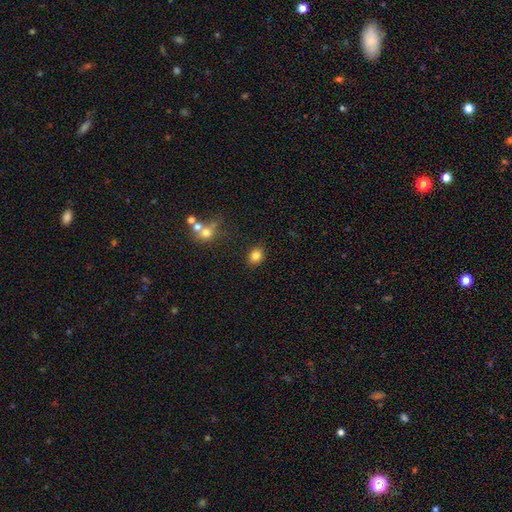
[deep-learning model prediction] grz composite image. It shows a smooth galaxy with no disk features (83%) that is round (57%). Merging: none (85%).